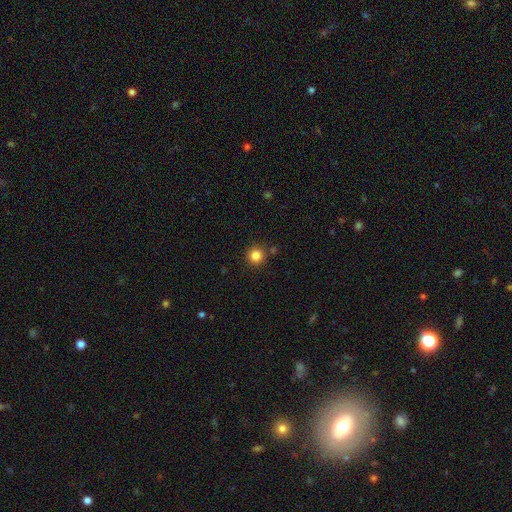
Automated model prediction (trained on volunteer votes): A smooth galaxy with no disk features (84%) that is round (95%). Merging: none (87%).